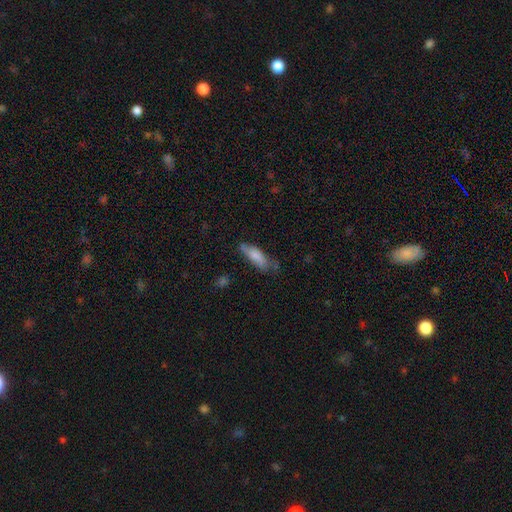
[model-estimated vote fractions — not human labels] The model was most divided on "how rounded": in between: 54%, cigar-shaped: 44%, round: 2%. More confident: smooth or featured — smooth (78%); merging — none (53%).